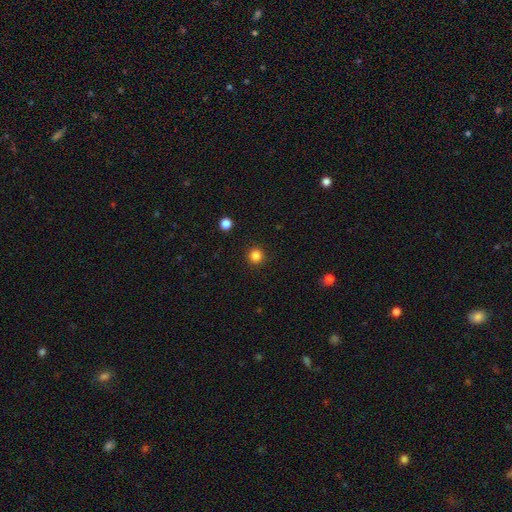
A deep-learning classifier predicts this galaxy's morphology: smooth 84%, star or artifact 12%, featured or disk 4%. Down the decision tree: how rounded — round (94%); merging — none (92%).